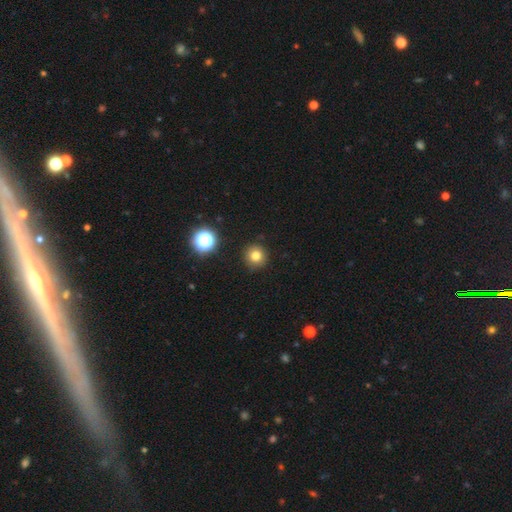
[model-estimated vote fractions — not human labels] Smooth or featured? Predicted: smooth (p=0.79). How rounded? Predicted: round (p=0.93). Merging? Predicted: none (p=0.90).